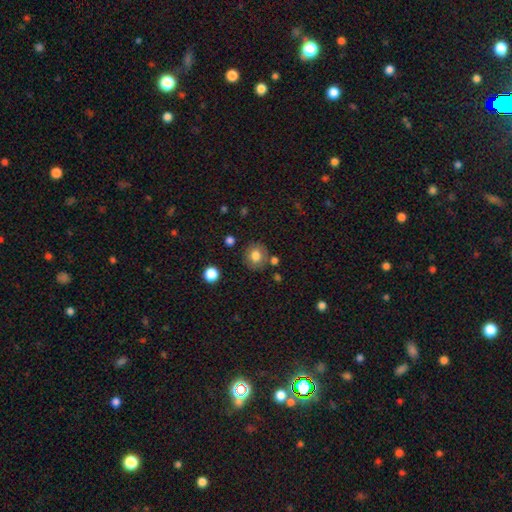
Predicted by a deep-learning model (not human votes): Q: Smooth or featured?
A: smooth (79%); runner-up: featured or disk (11%)
Q: How rounded?
A: round (86%); runner-up: in between (13%)
Q: Merging?
A: none (80%); runner-up: minor disturbance (11%)